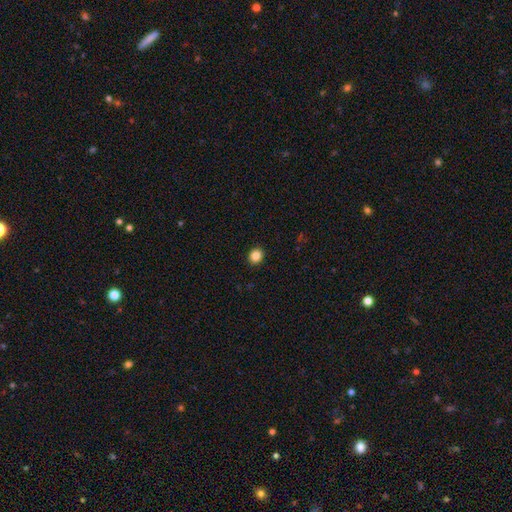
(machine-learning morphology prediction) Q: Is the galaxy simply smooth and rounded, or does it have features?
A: smooth — 86%.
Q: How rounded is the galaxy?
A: round — 75%.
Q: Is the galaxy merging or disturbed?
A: none — 92%.